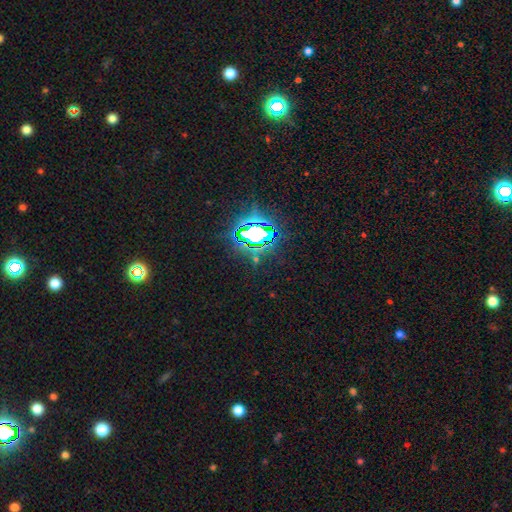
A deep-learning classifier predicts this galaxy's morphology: type=star or artifact (80%).